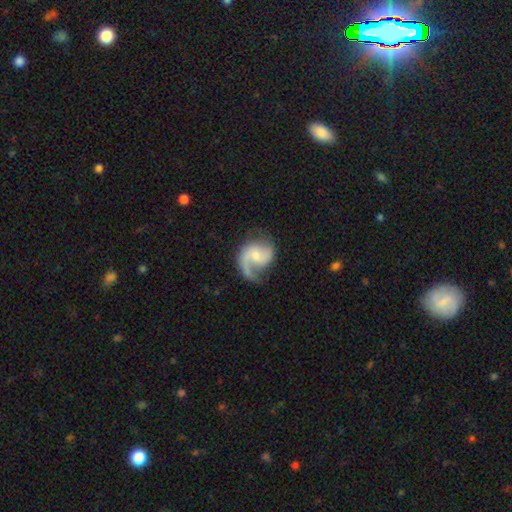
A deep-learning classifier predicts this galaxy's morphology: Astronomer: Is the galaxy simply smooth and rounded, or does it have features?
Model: featured or disk — 84%.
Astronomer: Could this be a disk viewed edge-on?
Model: no — 98%.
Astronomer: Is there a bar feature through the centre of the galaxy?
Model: no — 51% (runner-up: weak, 41%).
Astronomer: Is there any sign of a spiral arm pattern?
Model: yes — 96%.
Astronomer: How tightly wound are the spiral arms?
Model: medium — 45% (runner-up: loose, 42%).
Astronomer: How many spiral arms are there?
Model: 2 — 65%.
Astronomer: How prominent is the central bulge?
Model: small — 51% (runner-up: moderate, 36%).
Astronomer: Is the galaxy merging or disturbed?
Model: none — 60%.